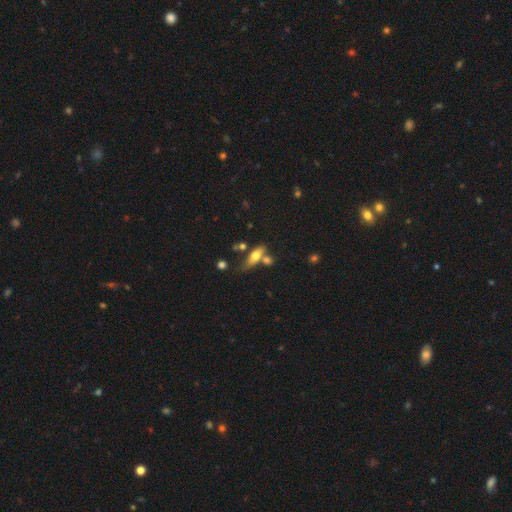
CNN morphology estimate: A smooth galaxy with no disk features (61%) that is in between round and cigar-shaped (60%).

Vote fractions:
- Smooth or featured? smooth: 61% / featured or disk: 31% / star or artifact: 8%
- How rounded? in between: 60% / cigar-shaped: 36% / round: 4%
- Merging? none: 52% / merger: 25% / minor disturbance: 16% / major disturbance: 7%